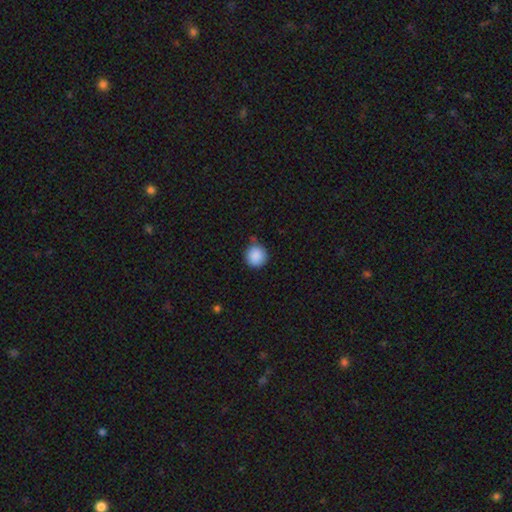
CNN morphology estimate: Smooth or featured: smooth — 89% (star or artifact — 8%)
How rounded: round — 94% (in between — 5%)
Merging: none — 77% (minor disturbance — 16%)